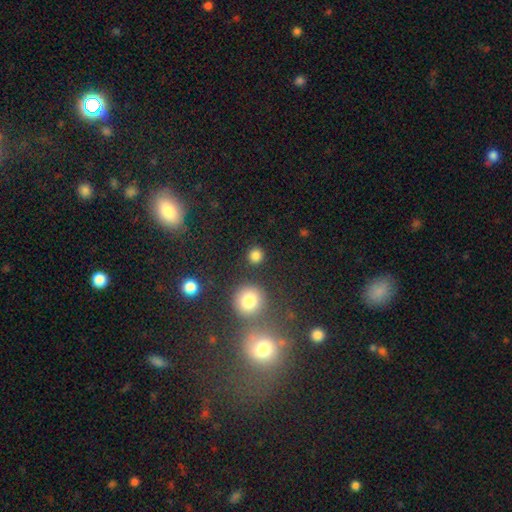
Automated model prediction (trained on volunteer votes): This is clearly a smooth galaxy (83%). How rounded: clearly round (92%). Merging: clearly none (88%).